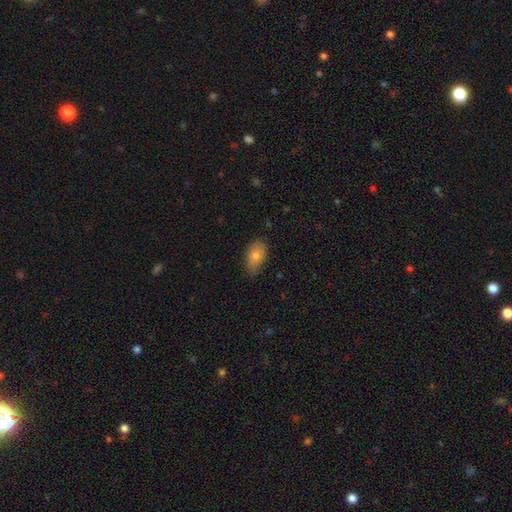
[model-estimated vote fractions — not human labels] Overall: smooth (77%). How rounded: in between (90%). Merging: none (78%).